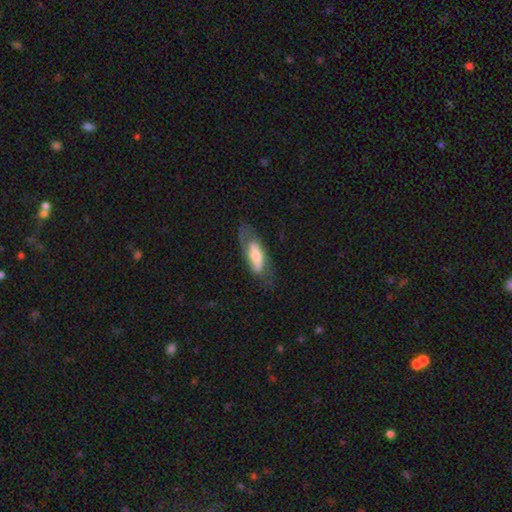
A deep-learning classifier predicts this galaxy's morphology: Smooth or featured? featured or disk (57%)
Edge-on disk? no (81%)
Merging? none (60%)